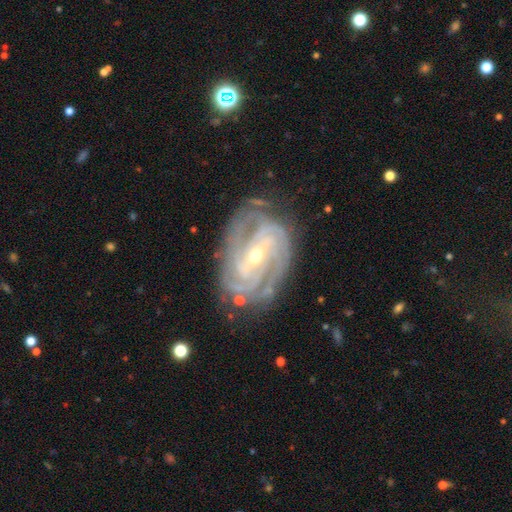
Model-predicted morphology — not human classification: The model was most divided on "spiral arm count": 3: 25%, 4: 24%, 2: 20%, can't tell: 18%, more than 4: 8%, 1: 6%. Remaining: spiral arms — yes (98%); edge-on disk — no (97%); smooth or featured — featured or disk (91%); merging — none (74%); spiral winding — tight (70%); bulge size — small (60%); bar — weak (41%).